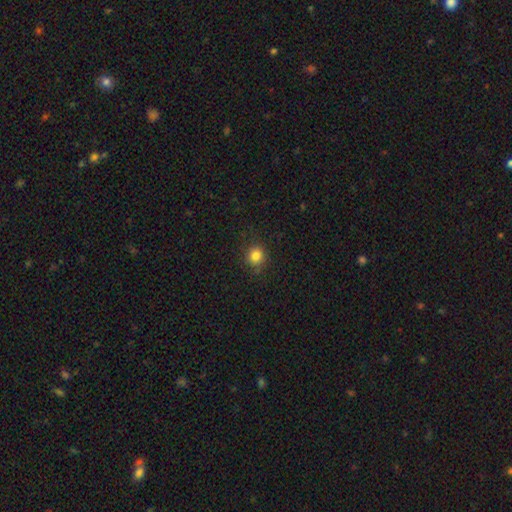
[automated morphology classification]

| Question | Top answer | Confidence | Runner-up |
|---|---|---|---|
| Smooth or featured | smooth | 83% | star or artifact (12%) |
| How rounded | round | 88% | in between (11%) |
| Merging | none | 86% | minor disturbance (10%) |